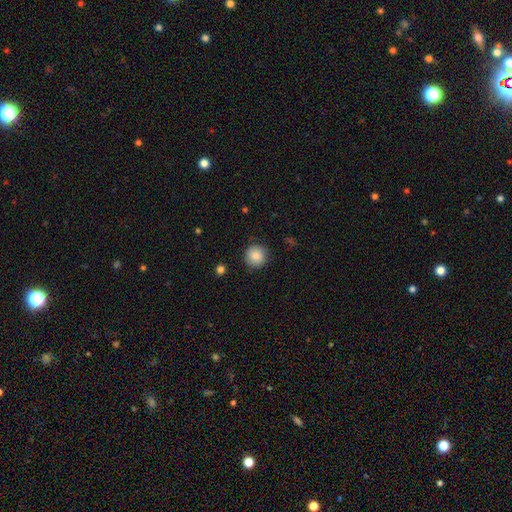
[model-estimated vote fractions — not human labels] smooth 86%, star or artifact 8%, featured or disk 5%. Down the decision tree: how rounded — round (94%); merging — none (88%).